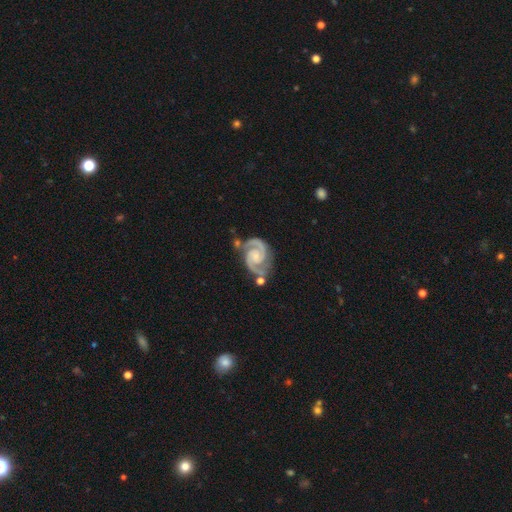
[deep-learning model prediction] featured or disk 94%, star or artifact 4%, smooth 3%. Down the decision tree: edge-on disk — no (98%); bar — no (62%); spiral arms — yes (99%); spiral arm count — 2 (94%); spiral winding — medium (50%); bulge size — small (55%); merging — none (68%).